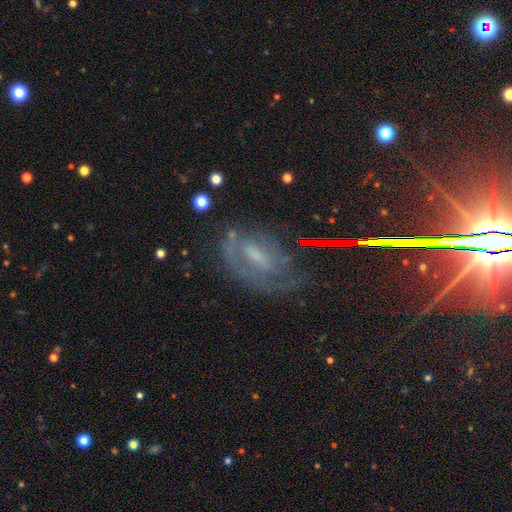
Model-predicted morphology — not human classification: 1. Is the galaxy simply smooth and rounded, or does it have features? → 63% featured or disk, 20% smooth, 17% star or artifact.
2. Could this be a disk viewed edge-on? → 91% no, 9% yes.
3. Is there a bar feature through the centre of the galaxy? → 44% weak, 32% no, 25% strong.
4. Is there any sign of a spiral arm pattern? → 71% yes, 29% no.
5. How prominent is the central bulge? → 36% moderate, 31% small, 25% none, 7% large, 2% dominant.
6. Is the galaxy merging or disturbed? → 52% none, 24% minor disturbance, 21% major disturbance, 3% merger.